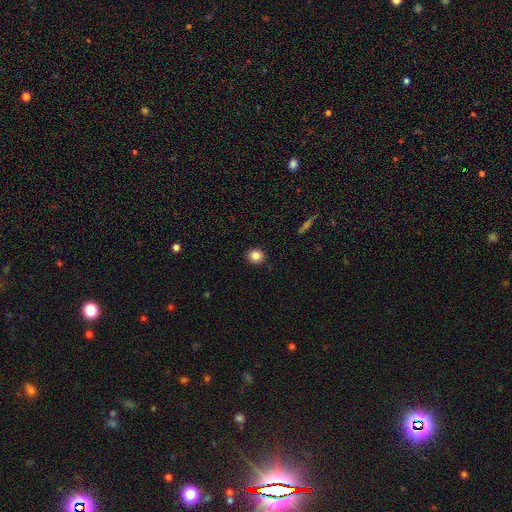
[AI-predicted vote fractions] Smooth or featured? smooth (86%)
How rounded? round (86%)
Merging? none (91%)